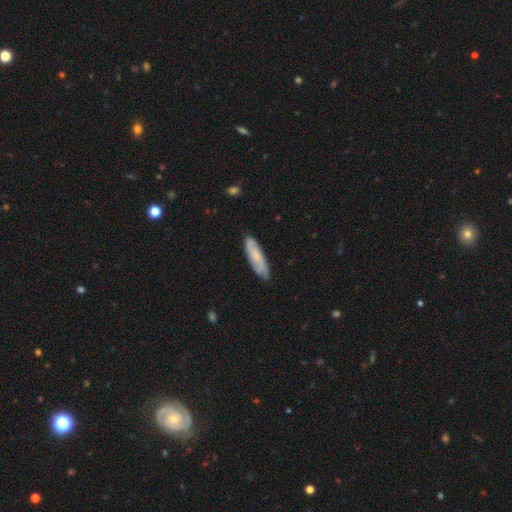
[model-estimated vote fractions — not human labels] Smooth or featured? smooth (54%)
How rounded? cigar-shaped (64%)
Merging? none (83%)